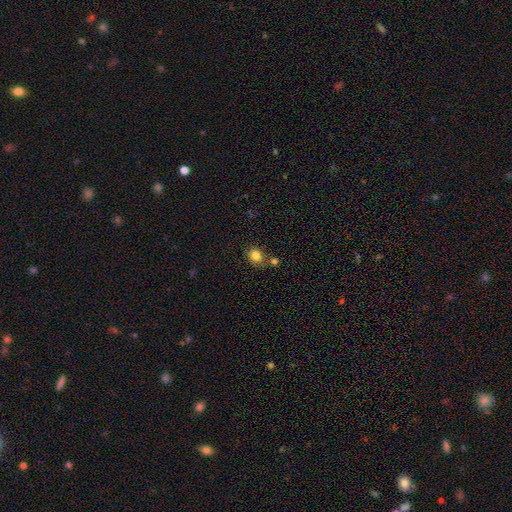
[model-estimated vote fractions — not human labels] Smooth or featured?
  - smooth: 83% *
  - star or artifact: 10%
  - featured or disk: 6%
How rounded?
  - round: 66% *
  - in between: 33%
  - cigar-shaped: 1%
Merging?
  - none: 63% *
  - merger: 19%
  - minor disturbance: 14%
  - major disturbance: 4%